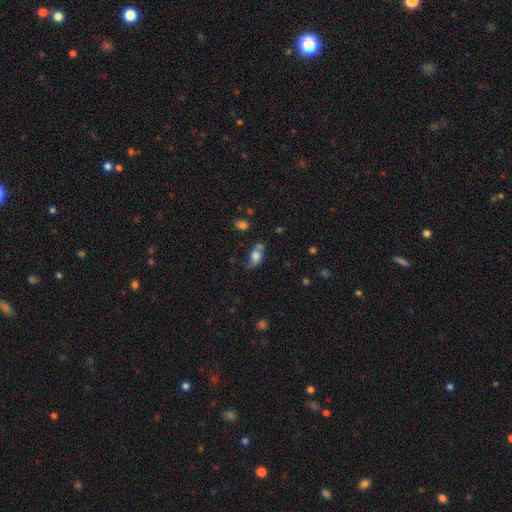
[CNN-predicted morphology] smooth-or-featured: smooth: 65% | featured or disk: 24% | star or artifact: 11%
  how-rounded: in between: 80% | round: 15% | cigar-shaped: 6%
  merging: none: 46% | minor disturbance: 27% | merger: 16% | major disturbance: 11%